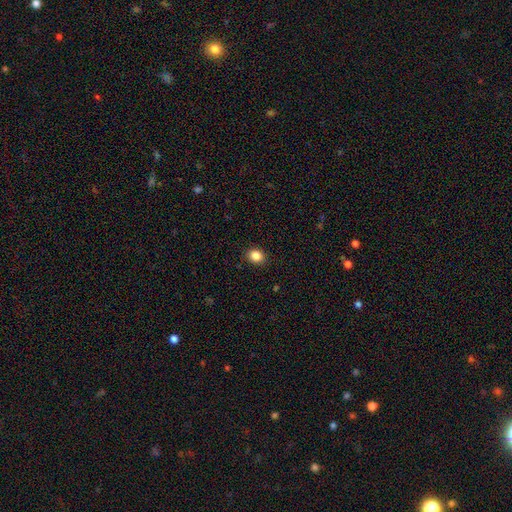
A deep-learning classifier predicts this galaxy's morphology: This appears to be a smooth galaxy with no disk features (86%) that is round (59%). Merging: none (90%).